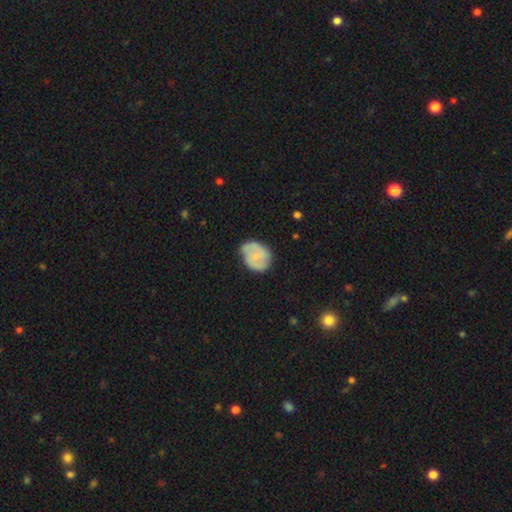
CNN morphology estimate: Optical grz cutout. It shows a smooth galaxy with no disk features (51%) that is round (52%). Merging: none (61%).